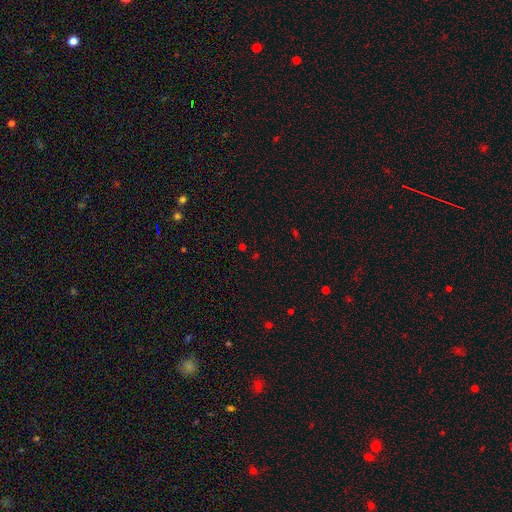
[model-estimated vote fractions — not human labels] Smooth or featured?
  - star or artifact: 59% *
  - smooth: 34%
  - featured or disk: 7%